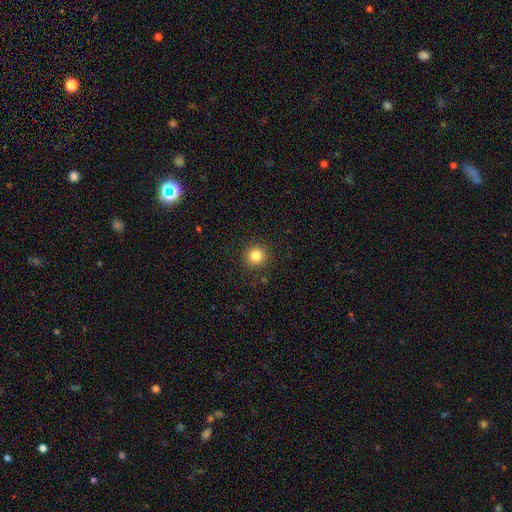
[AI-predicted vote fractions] smooth 83%, star or artifact 12%, featured or disk 6%. Down the decision tree: how rounded — round (93%); merging — none (90%).